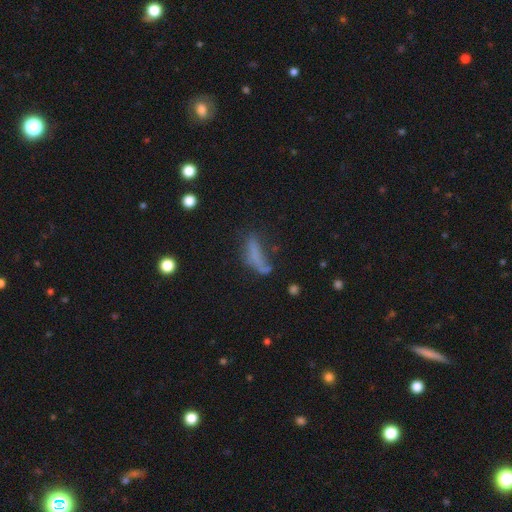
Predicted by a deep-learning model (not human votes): A smooth galaxy with no disk features (60%) that is cigar-shaped (51%).

Vote fractions:
- Smooth or featured? smooth: 60% / featured or disk: 24% / star or artifact: 16%
- How rounded? cigar-shaped: 51% / in between: 44% / round: 4%
- Merging? none: 36% / major disturbance: 29% / minor disturbance: 26% / merger: 9%